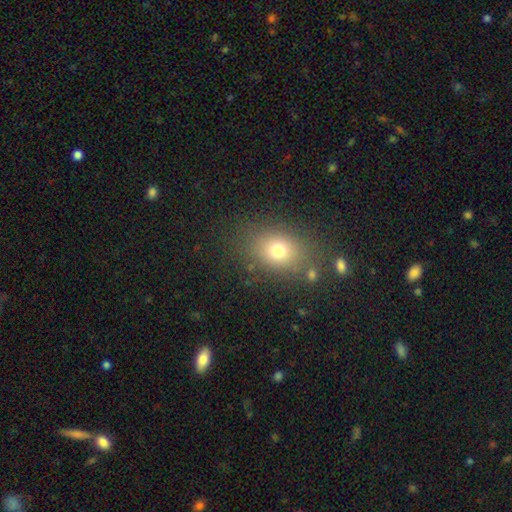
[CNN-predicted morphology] Smooth or featured? smooth (68%)
How rounded? in between (61%)
Merging? none (83%)